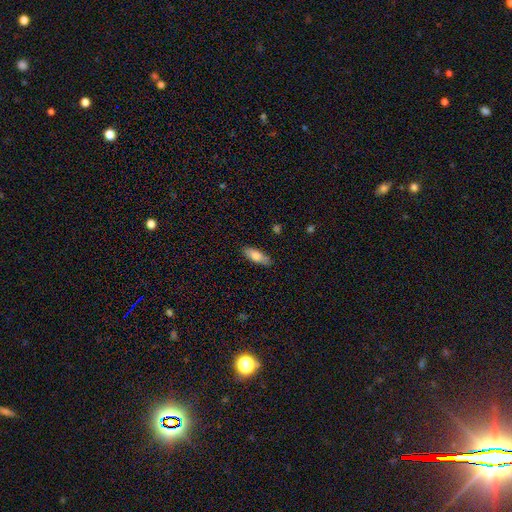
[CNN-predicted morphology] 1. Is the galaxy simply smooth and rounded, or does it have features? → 77% smooth, 17% featured or disk, 6% star or artifact.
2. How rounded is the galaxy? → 61% in between, 37% cigar-shaped, 2% round.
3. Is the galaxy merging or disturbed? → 87% none, 10% minor disturbance, 2% major disturbance, 1% merger.